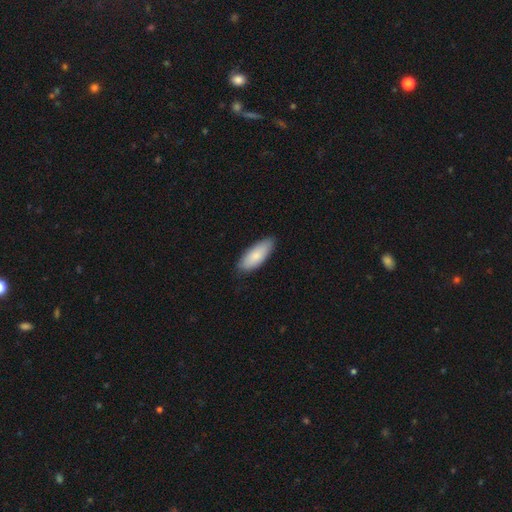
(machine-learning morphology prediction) Smooth or featured?
  - smooth: 84% *
  - featured or disk: 11%
  - star or artifact: 5%
How rounded?
  - in between: 81% *
  - cigar-shaped: 18%
  - round: 2%
Merging?
  - none: 83% *
  - minor disturbance: 14%
  - major disturbance: 2%
  - merger: 1%